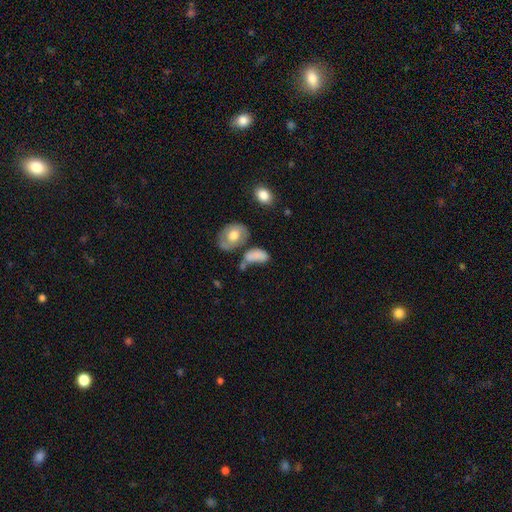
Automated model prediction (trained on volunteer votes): This is likely a smooth galaxy (76%). How rounded: clearly in between (88%). Merging: marginally none (33%).